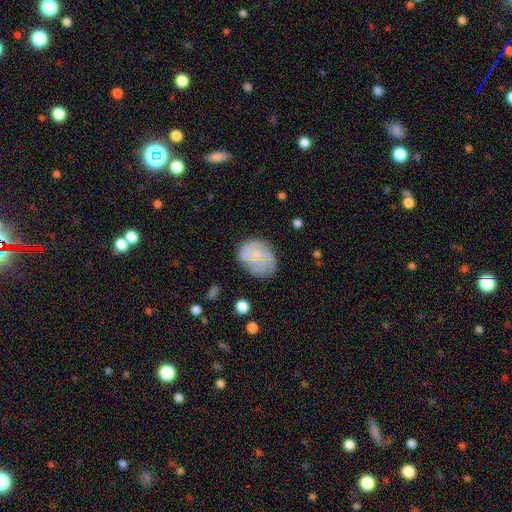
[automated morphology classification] Smooth or featured: smooth — 49% (featured or disk — 42%)
Merging: none — 60% (minor disturbance — 24%)